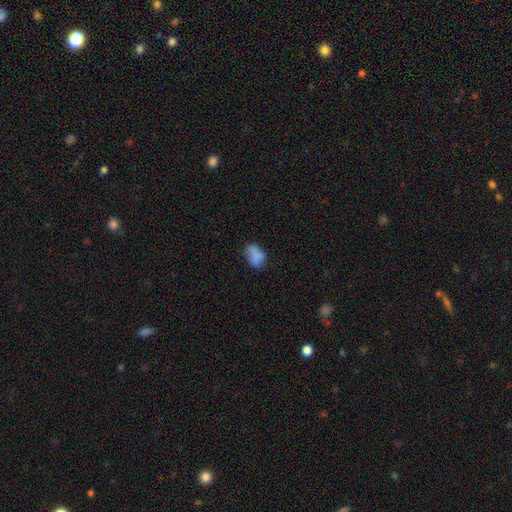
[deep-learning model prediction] Smooth or featured? smooth (80%)
How rounded? in between (87%)
Merging? none (58%)